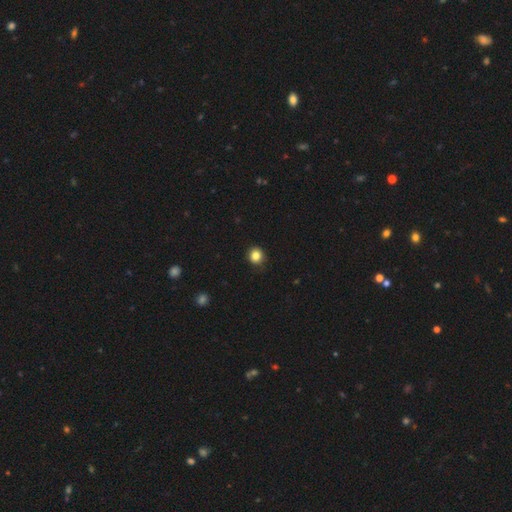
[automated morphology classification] smooth-or-featured: smooth: 84% | star or artifact: 12% | featured or disk: 4%
  how-rounded: round: 88% | in between: 11% | cigar-shaped: 1%
  merging: none: 88% | minor disturbance: 9% | major disturbance: 2% | merger: 1%